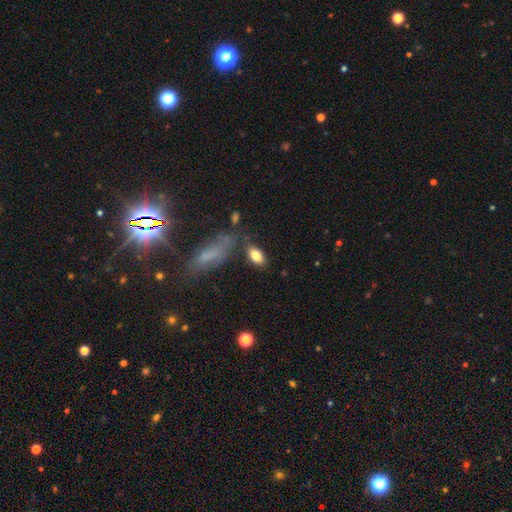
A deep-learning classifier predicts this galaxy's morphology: smooth-or-featured: smooth: 82% | featured or disk: 11% | star or artifact: 7%
  how-rounded: in between: 89% | cigar-shaped: 6% | round: 5%
  merging: none: 70% | minor disturbance: 15% | merger: 9% | major disturbance: 5%